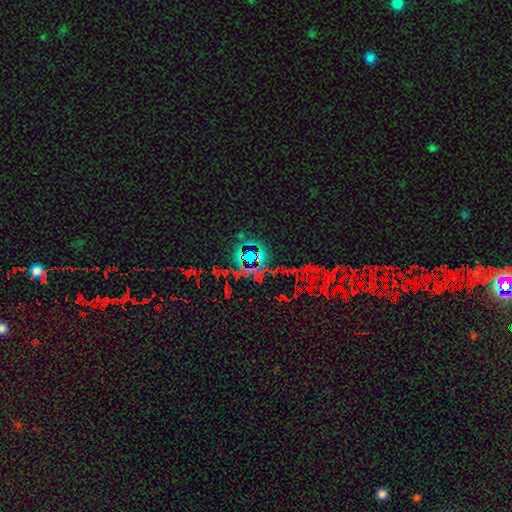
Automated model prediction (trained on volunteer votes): star or artifact 81%, smooth 10%, featured or disk 9%.